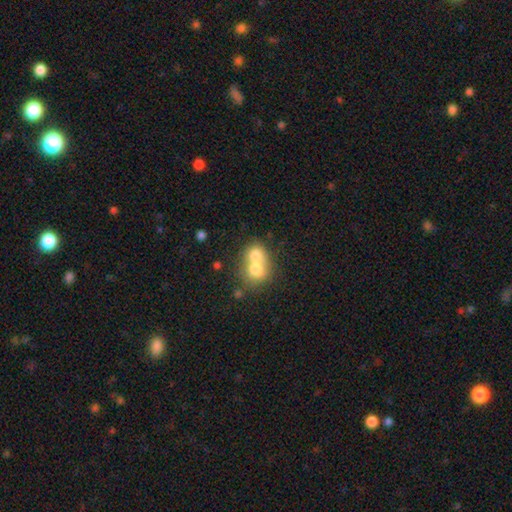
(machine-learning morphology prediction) Smooth or featured? smooth (71%)
How rounded? round (65%)
Merging? merger (73%)